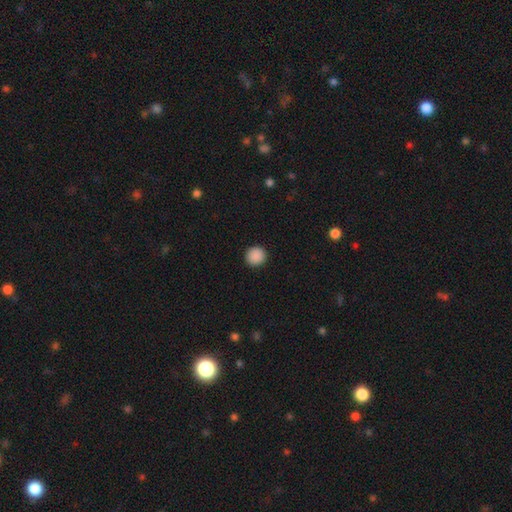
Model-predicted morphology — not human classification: smooth_or_featured: smooth (p=0.89) [alt: star or artifact p=0.09]
how_rounded: round (p=0.94) [alt: in between p=0.05]
merging: none (p=0.93) [alt: minor disturbance p=0.04]